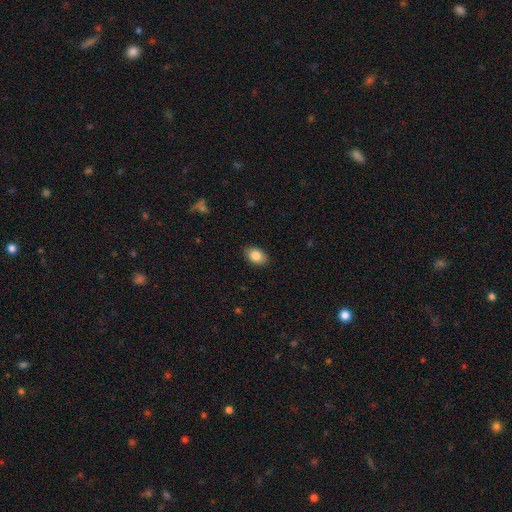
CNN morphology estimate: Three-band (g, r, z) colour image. It shows a smooth galaxy with no disk features (85%) that is in between round and cigar-shaped (86%). Merging: none (88%).